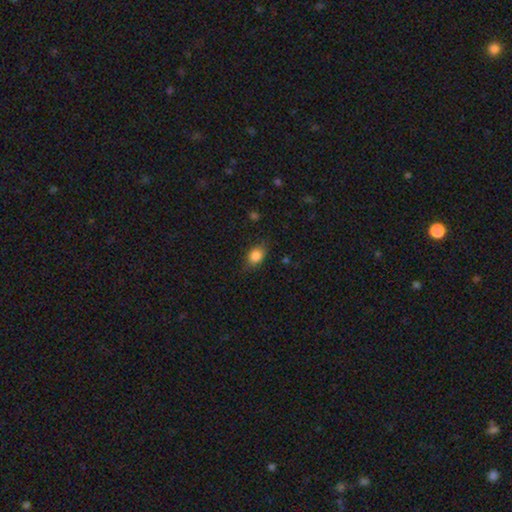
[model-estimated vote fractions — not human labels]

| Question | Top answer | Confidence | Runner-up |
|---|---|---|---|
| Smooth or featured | smooth | 84% | star or artifact (9%) |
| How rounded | in between | 69% | round (29%) |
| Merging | none | 75% | minor disturbance (19%) |